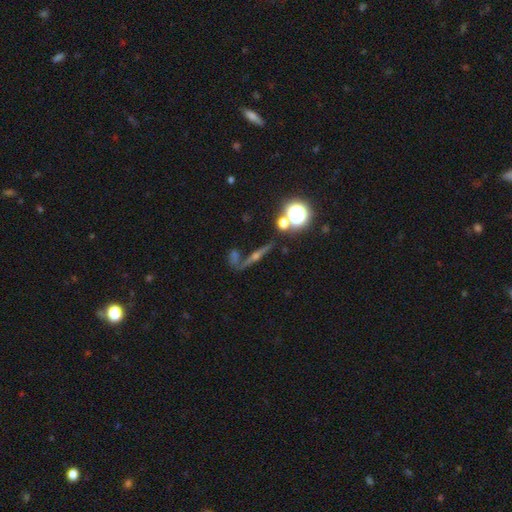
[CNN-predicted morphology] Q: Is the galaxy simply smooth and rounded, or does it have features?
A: star or artifact — 52%.